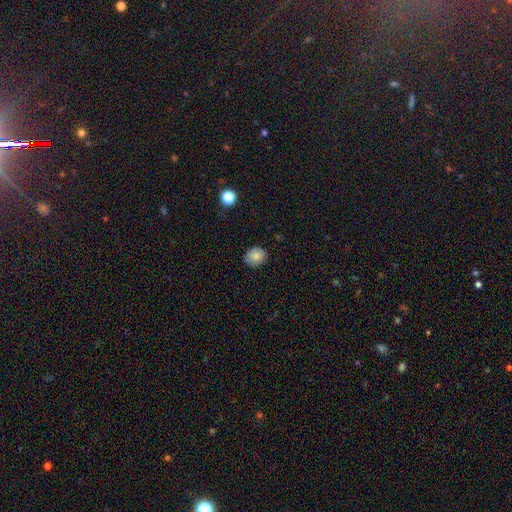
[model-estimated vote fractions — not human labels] This appears to be a smooth galaxy with no disk features (82%) that is round (72%). Merging: none (80%).